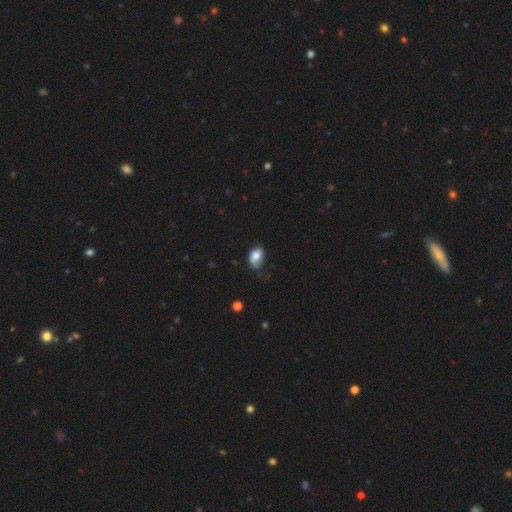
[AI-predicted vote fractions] Smooth or featured? Predicted: smooth (p=0.73). How rounded? Predicted: in between (p=0.84). Merging? Predicted: none (p=0.40).